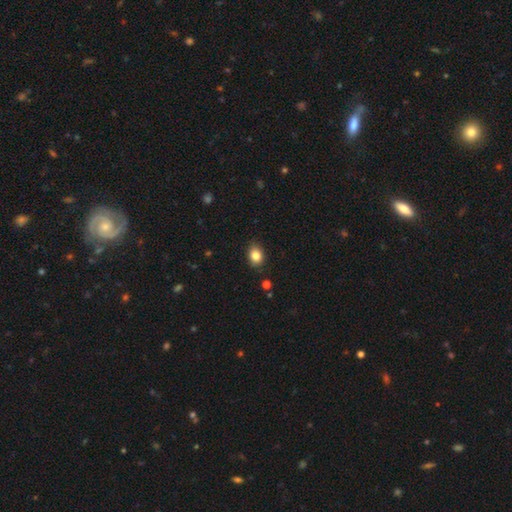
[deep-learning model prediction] Smooth or featured? smooth (84%)
How rounded? in between (64%)
Merging? none (84%)